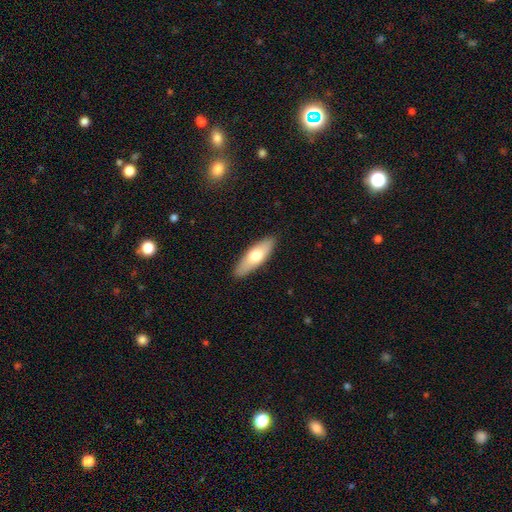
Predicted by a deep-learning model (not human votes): Smooth or featured?
  - smooth: 64% *
  - featured or disk: 30%
  - star or artifact: 5%
How rounded?
  - in between: 51% *
  - cigar-shaped: 47%
  - round: 2%
Merging?
  - none: 89% *
  - minor disturbance: 8%
  - major disturbance: 2%
  - merger: 1%